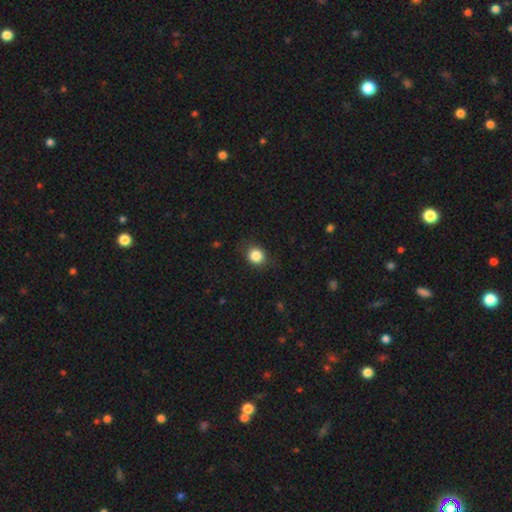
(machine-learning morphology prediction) smooth-or-featured: smooth: 85% | star or artifact: 10% | featured or disk: 5%
  how-rounded: round: 74% | in between: 25% | cigar-shaped: 1%
  merging: none: 84% | minor disturbance: 12% | major disturbance: 3% | merger: 1%